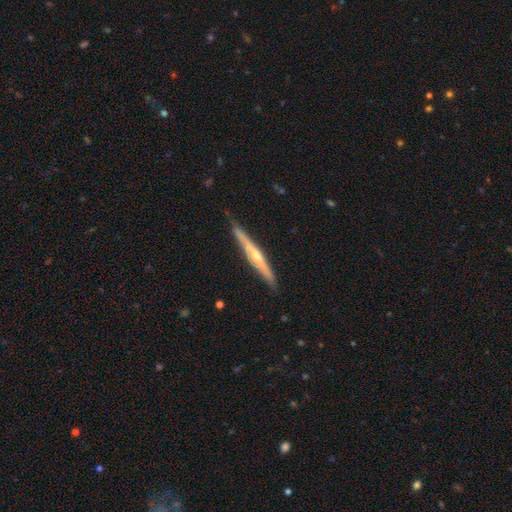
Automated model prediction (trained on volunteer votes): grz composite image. It shows a featured or disk galaxy (69%) viewed edge-on (97%) with a rounded central bulge (76%). Merging: none (87%).